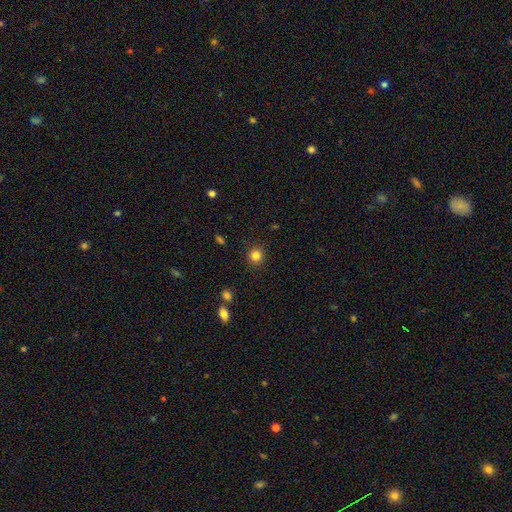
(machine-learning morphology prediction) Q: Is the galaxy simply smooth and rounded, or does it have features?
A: smooth — 83%.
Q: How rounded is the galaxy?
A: round — 91%.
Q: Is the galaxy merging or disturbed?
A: none — 89%.